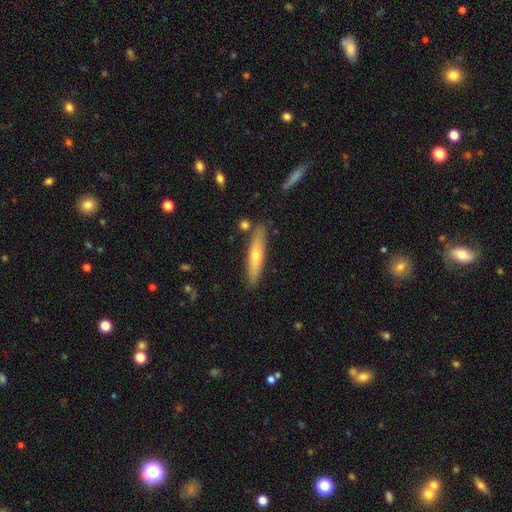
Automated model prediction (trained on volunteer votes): A smooth galaxy with no disk features (50%). Merging: none (85%).